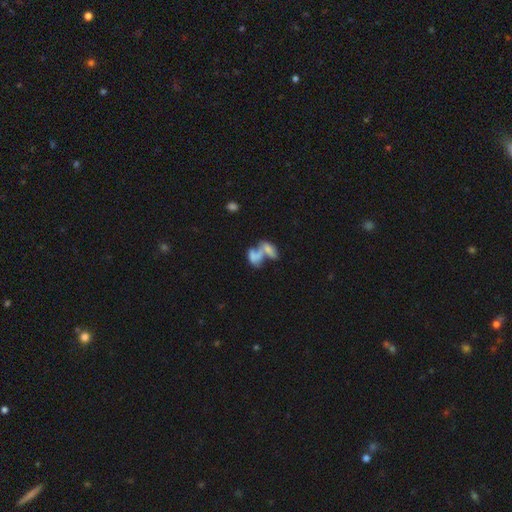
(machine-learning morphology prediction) Q: Smooth or featured?
A: smooth (58%); runner-up: featured or disk (30%)
Q: How rounded?
A: in between (84%); runner-up: round (9%)
Q: Merging?
A: merger (71%); runner-up: none (15%)